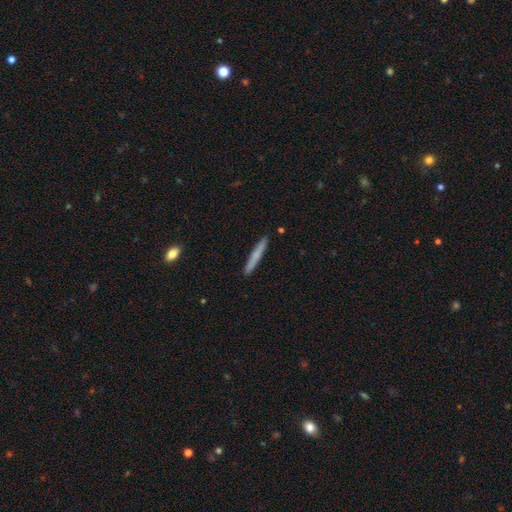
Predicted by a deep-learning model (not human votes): smooth 69%, featured or disk 25%, star or artifact 6%. Down the decision tree: how rounded — cigar-shaped (96%); merging — none (91%).